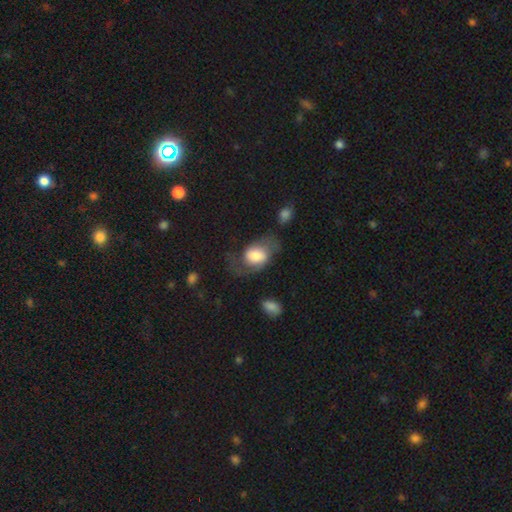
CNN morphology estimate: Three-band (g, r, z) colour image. It shows a smooth galaxy with no disk features (53%) that is in between round and cigar-shaped (74%). Merging: none (40%).